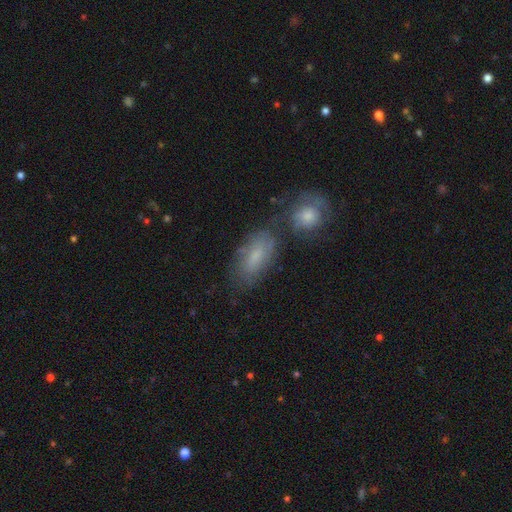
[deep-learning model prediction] smooth 63%, featured or disk 28%, star or artifact 9%. Down the decision tree: how rounded — in between (87%); merging — none (57%).